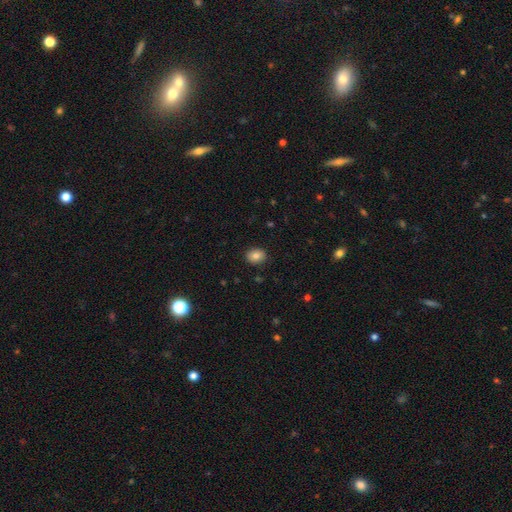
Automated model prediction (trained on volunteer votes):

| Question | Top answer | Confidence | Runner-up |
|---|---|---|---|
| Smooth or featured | smooth | 83% | star or artifact (9%) |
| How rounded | in between | 55% | round (44%) |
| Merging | none | 89% | minor disturbance (8%) |